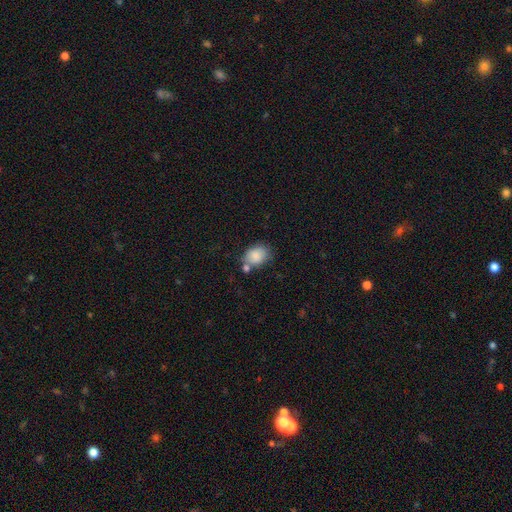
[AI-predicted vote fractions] This appears to be a smooth galaxy with no disk features (85%) that is in between round and cigar-shaped (69%). Merging: none (57%).